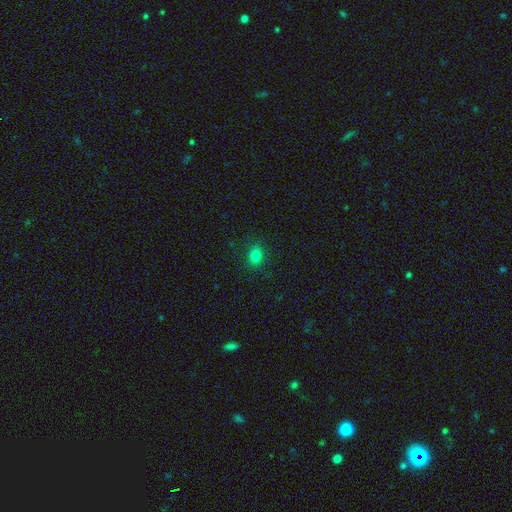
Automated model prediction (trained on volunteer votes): smooth-or-featured: smooth: 81% | star or artifact: 13% | featured or disk: 5%
  how-rounded: in between: 64% | round: 35% | cigar-shaped: 2%
  merging: none: 85% | minor disturbance: 11% | major disturbance: 3% | merger: 1%